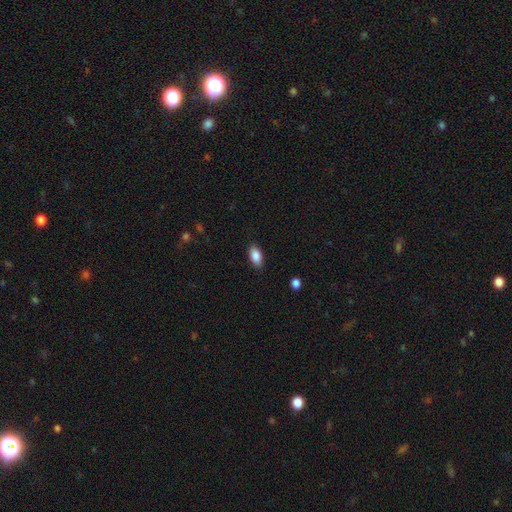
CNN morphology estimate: The model was most divided on "merging": none: 87%, minor disturbance: 9%, major disturbance: 2%, merger: 1%. More confident: how rounded — in between (92%); smooth or featured — smooth (87%).